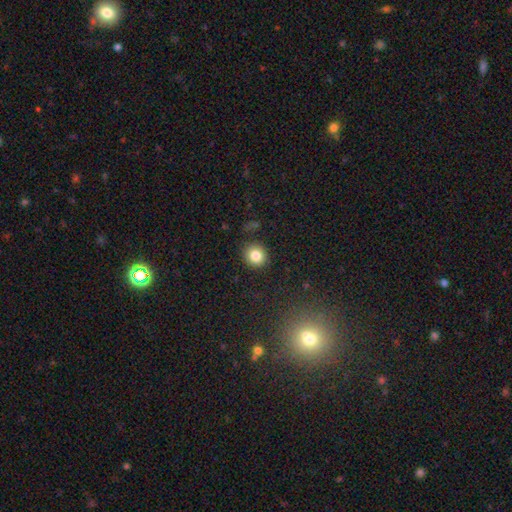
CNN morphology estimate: Smooth or featured?
  - smooth: 83% *
  - star or artifact: 11%
  - featured or disk: 7%
How rounded?
  - round: 88% *
  - in between: 11%
  - cigar-shaped: 1%
Merging?
  - none: 88% *
  - minor disturbance: 8%
  - major disturbance: 3%
  - merger: 2%